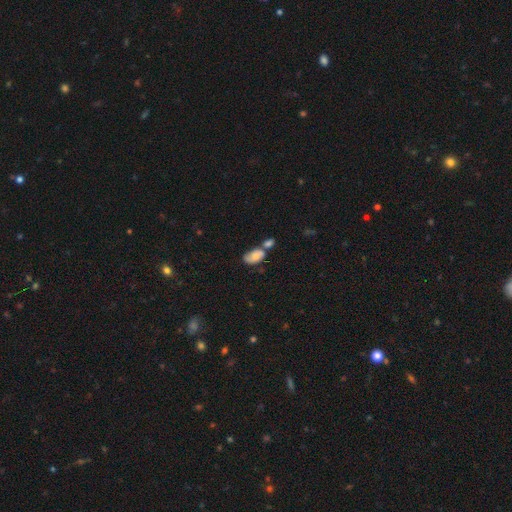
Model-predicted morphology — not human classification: Overall: smooth (60%; featured or disk 32%). How rounded: in between (90%). Merging: merger (49%; none 29%).